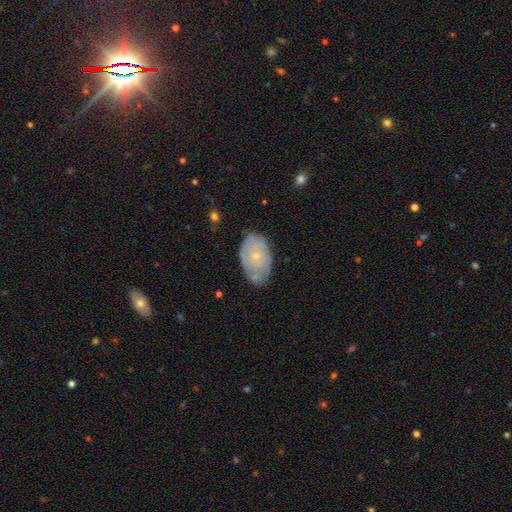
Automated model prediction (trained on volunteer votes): A featured or disk galaxy (52%).

Vote fractions:
- Smooth or featured? featured or disk: 52% / smooth: 40% / star or artifact: 7%
- Edge-on disk? no: 94% / yes: 6%
- Merging? none: 65% / minor disturbance: 25% / major disturbance: 6% / merger: 4%